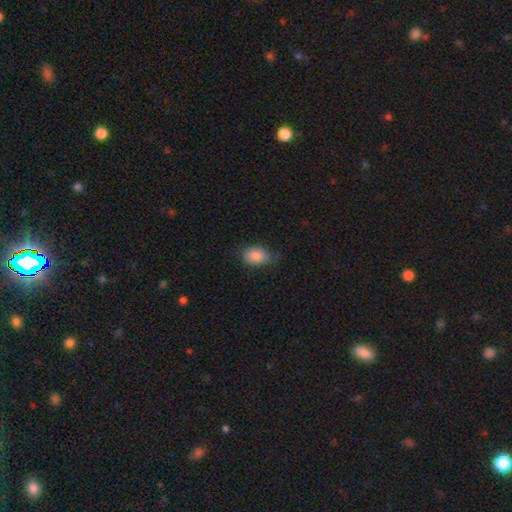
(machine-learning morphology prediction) smooth-or-featured: smooth: 86% | star or artifact: 8% | featured or disk: 6%
  how-rounded: in between: 79% | round: 20% | cigar-shaped: 1%
  merging: none: 67% | minor disturbance: 26% | major disturbance: 6% | merger: 1%